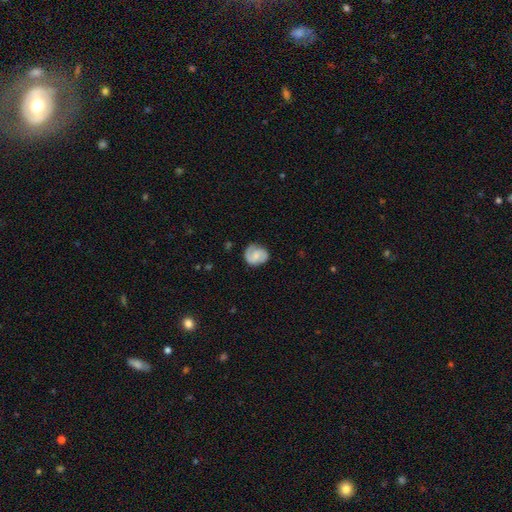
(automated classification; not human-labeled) Smooth or featured: featured or disk — 67% (smooth — 27%)
Edge-on disk: no — 98% (yes — 2%)
Bar: no — 48% (weak — 43%)
Spiral arms: yes — 93% (no — 7%)
Spiral winding: medium — 44% (tight — 40%)
Spiral arm count: 2 — 75% (1 — 13%)
Bulge size: small — 43% (none — 28%)
Merging: none — 72% (minor disturbance — 19%)